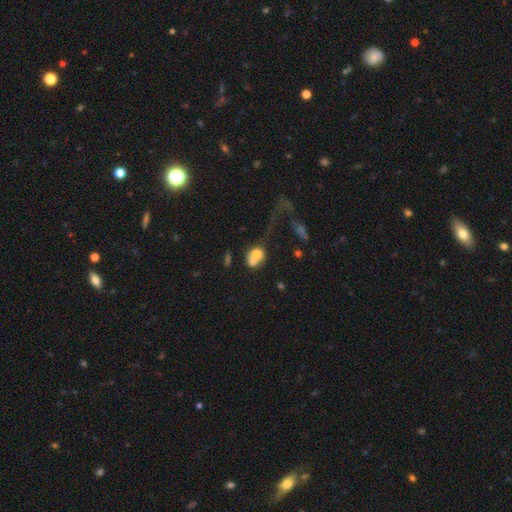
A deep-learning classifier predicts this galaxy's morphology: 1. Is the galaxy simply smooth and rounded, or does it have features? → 63% smooth, 26% featured or disk, 11% star or artifact.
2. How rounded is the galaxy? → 61% in between, 37% round, 2% cigar-shaped.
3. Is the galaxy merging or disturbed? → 49% merger, 22% major disturbance, 18% none, 11% minor disturbance.